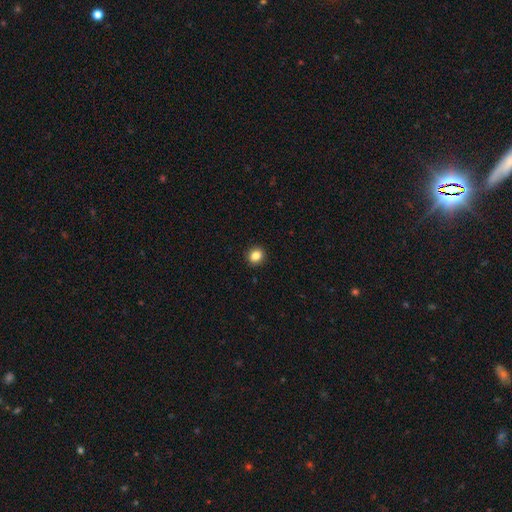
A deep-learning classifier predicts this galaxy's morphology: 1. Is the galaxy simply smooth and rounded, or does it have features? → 85% smooth, 10% star or artifact, 5% featured or disk.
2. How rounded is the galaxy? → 78% round, 21% in between, 1% cigar-shaped.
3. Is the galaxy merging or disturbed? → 92% none, 5% minor disturbance, 2% major disturbance, 1% merger.